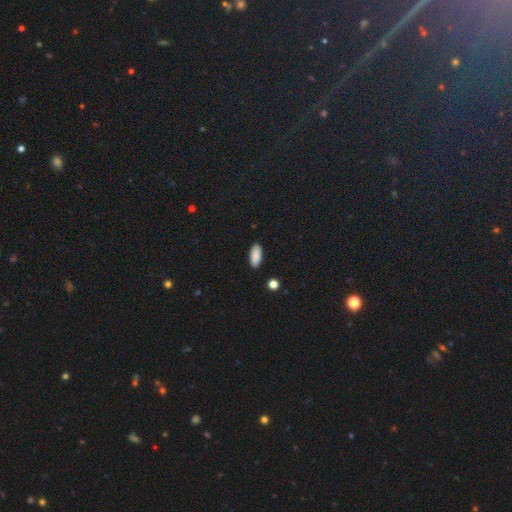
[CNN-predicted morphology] This is clearly a smooth galaxy (89%). How rounded: clearly in between (86%). Merging: clearly none (88%).